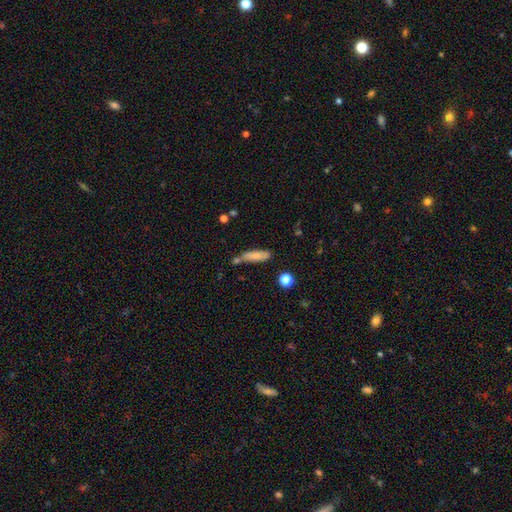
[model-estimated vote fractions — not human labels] This is likely a smooth galaxy (77%). How rounded: likely cigar-shaped (67%). Merging: likely none (62%).